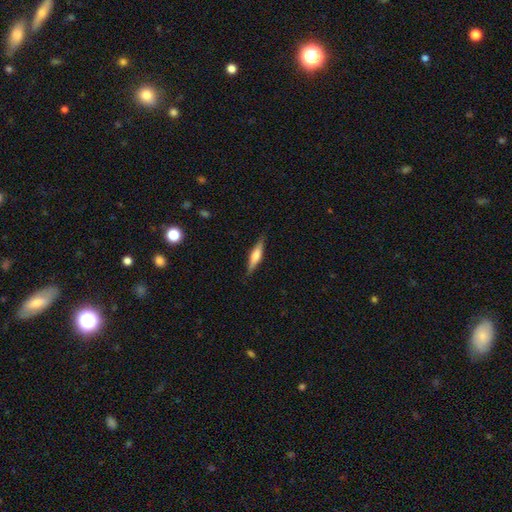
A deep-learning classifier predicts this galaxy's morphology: Q: Smooth or featured?
A: smooth (50%); runner-up: featured or disk (44%)
Q: Merging?
A: none (87%); runner-up: minor disturbance (10%)